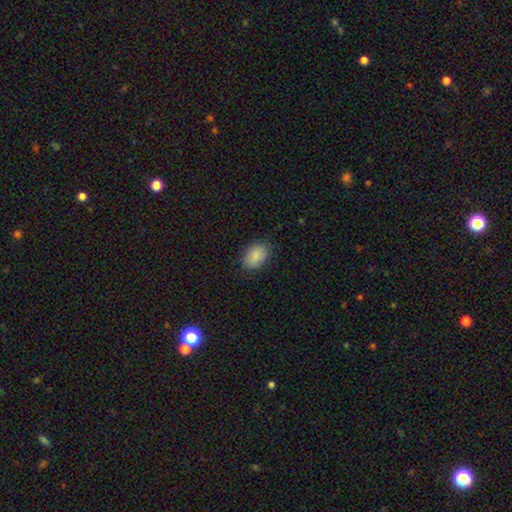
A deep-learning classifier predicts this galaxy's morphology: smooth 89%, star or artifact 7%, featured or disk 5%. Down the decision tree: how rounded — in between (86%); merging — none (84%).